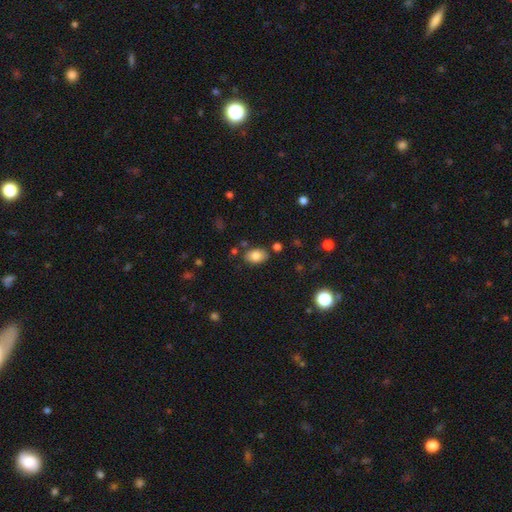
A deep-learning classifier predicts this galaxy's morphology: Smooth or featured? smooth (82%)
How rounded? in between (87%)
Merging? none (81%)